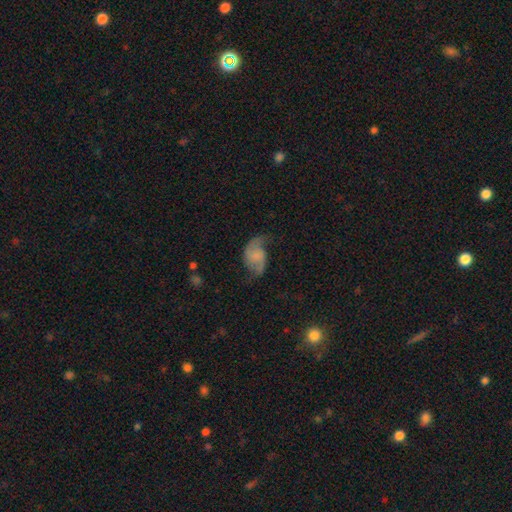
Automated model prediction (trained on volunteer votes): Overall: featured or disk (66%). Edge-on disk: no (98%). Bar: no (63%; weak 30%). Spiral arms: yes (91%). Spiral arm count: 2 (88%). Spiral winding: loose (59%; medium 32%). Bulge size: none (53%; small 22%). Merging: none (54%; minor disturbance 25%).